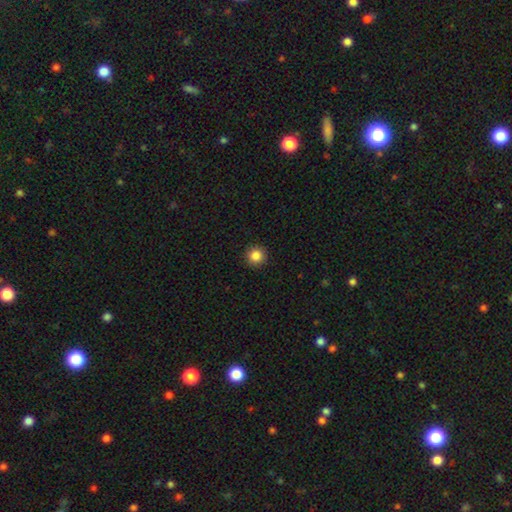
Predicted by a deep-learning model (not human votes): This appears to be a smooth galaxy with no disk features (86%) that is round (94%). Merging: none (92%).